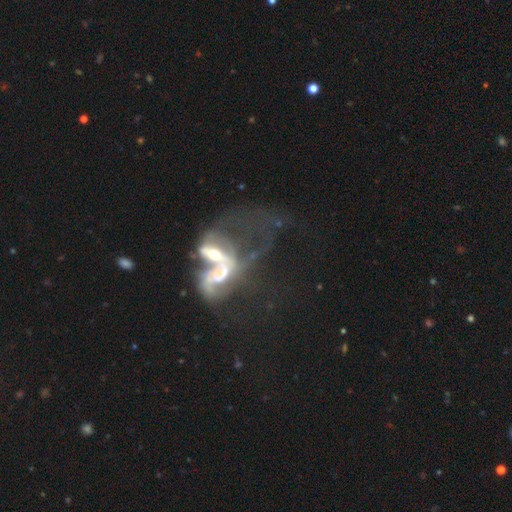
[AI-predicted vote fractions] smooth_or_featured: featured or disk (p=0.66) [alt: smooth p=0.20]
disk_edge_on: no (p=0.92) [alt: yes p=0.08]
bar: no (p=0.62) [alt: weak p=0.24]
has_spiral_arms: no (p=0.57) [alt: yes p=0.43]
bulge_size: moderate (p=0.47) [alt: small p=0.29]
merging: merger (p=0.66) [alt: major disturbance p=0.21]